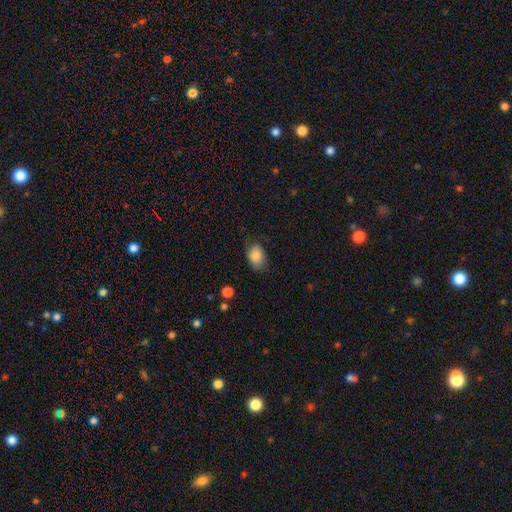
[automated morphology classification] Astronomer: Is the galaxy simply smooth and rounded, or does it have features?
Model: smooth — 86%.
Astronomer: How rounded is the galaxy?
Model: in between — 79%.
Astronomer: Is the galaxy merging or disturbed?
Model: none — 70%.